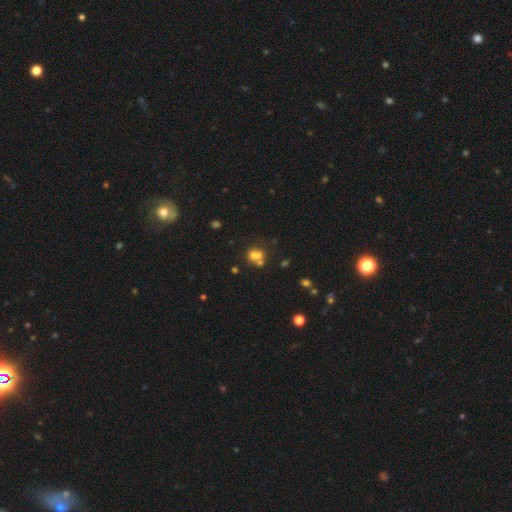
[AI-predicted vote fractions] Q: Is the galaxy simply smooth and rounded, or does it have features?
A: smooth — 71%.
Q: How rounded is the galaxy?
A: in between — 52%.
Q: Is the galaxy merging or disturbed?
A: merger — 42%.